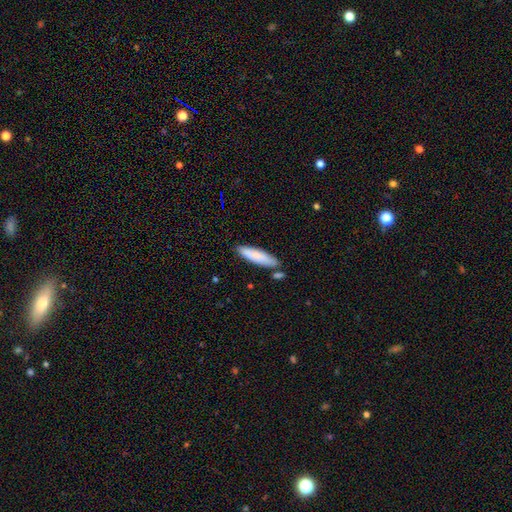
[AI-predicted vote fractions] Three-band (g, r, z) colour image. It shows a smooth galaxy with no disk features (79%) that is cigar-shaped (71%). Merging: none (78%).